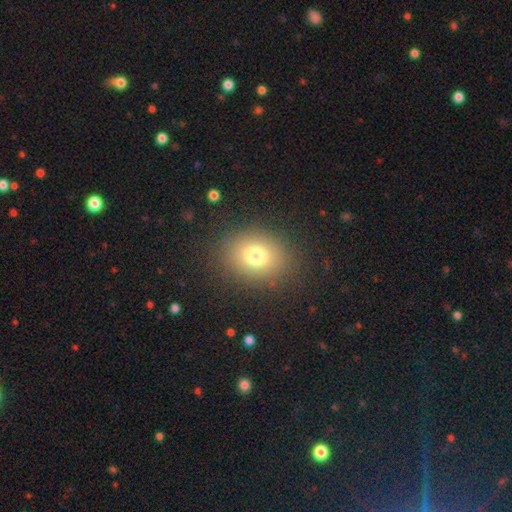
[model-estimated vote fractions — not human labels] A smooth galaxy with no disk features (76%) that is round (54%).

Vote fractions:
- Smooth or featured? smooth: 76% / star or artifact: 14% / featured or disk: 10%
- How rounded? round: 54% / in between: 45% / cigar-shaped: 1%
- Merging? none: 86% / minor disturbance: 8% / major disturbance: 4% / merger: 1%